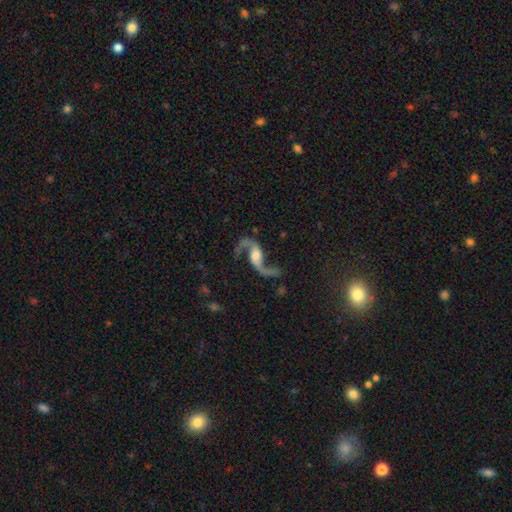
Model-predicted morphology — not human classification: Overall: featured or disk (91%). Edge-on disk: no (95%). Bar: no (43%; weak 39%). Spiral arms: yes (97%). Spiral arm count: 2 (94%). Spiral winding: loose (89%). Bulge size: moderate (45%; large 23%). Merging: none (72%).